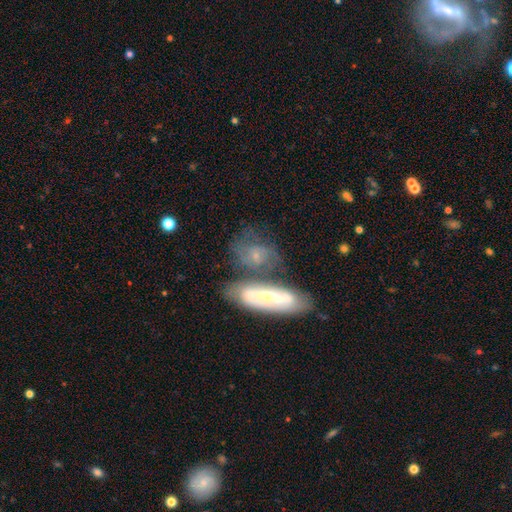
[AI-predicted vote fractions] The model was most divided on "bar": weak: 35%, no: 33%, strong: 32%. More confident: edge-on disk — no (83%); spiral arms — yes (78%); smooth or featured — featured or disk (63%); bulge size — small (59%); merging — none (50%).